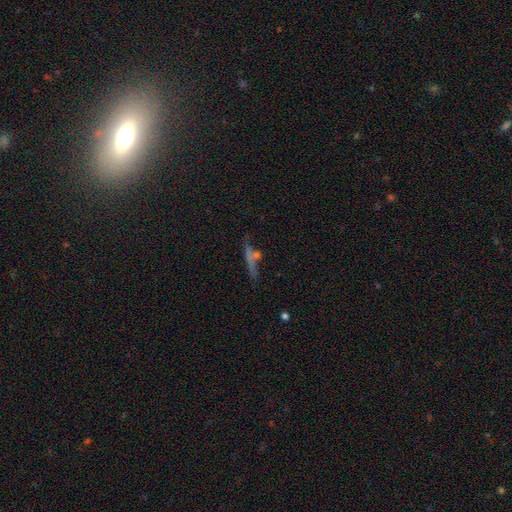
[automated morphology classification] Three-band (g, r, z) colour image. It shows a smooth galaxy with no disk features (38%). Merging: none (75%).